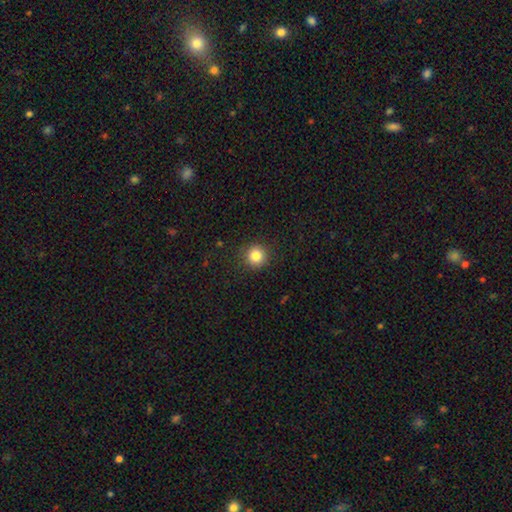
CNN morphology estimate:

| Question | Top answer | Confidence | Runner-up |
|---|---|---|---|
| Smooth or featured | smooth | 83% | star or artifact (11%) |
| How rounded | round | 95% | in between (4%) |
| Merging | none | 91% | minor disturbance (6%) |